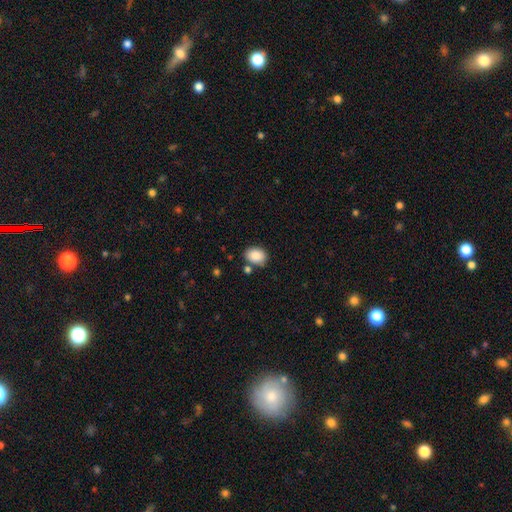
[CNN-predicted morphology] The model was most divided on "how rounded": in between: 75%, round: 24%, cigar-shaped: 1%. More confident: smooth or featured — smooth (88%); merging — none (75%).